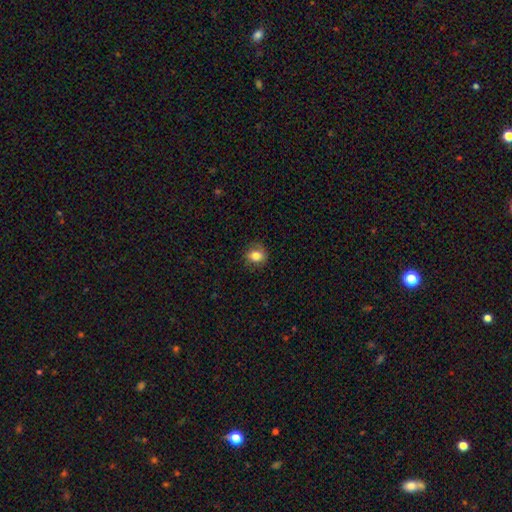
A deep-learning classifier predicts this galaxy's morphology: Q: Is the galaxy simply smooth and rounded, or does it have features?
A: smooth — 81%.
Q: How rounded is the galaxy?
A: round — 66%.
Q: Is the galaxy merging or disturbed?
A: none — 80%.